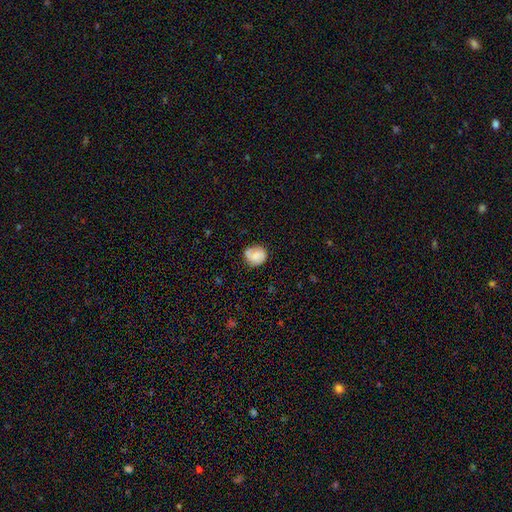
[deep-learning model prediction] Smooth or featured? smooth (63%)
How rounded? round (76%)
Merging? none (68%)